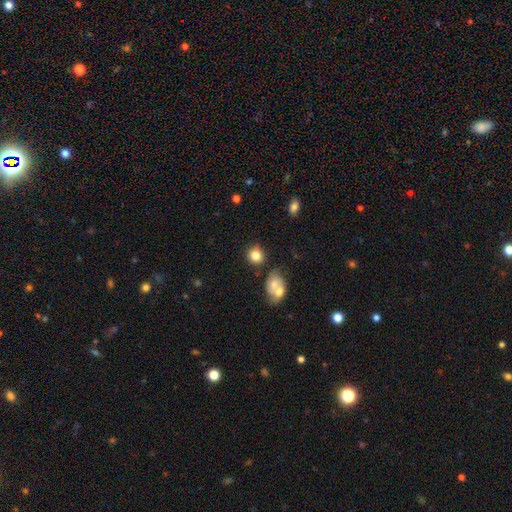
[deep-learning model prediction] This is clearly a smooth galaxy (82%). How rounded: clearly round (86%). Merging: likely none (77%).